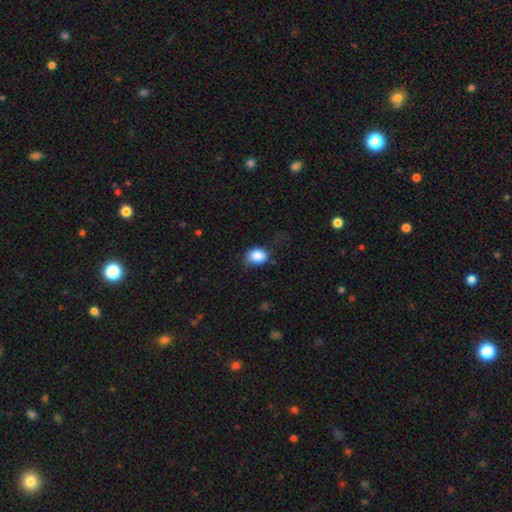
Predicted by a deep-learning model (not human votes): A smooth galaxy with no disk features (86%) that is in between round and cigar-shaped (64%). Merging: none (54%).